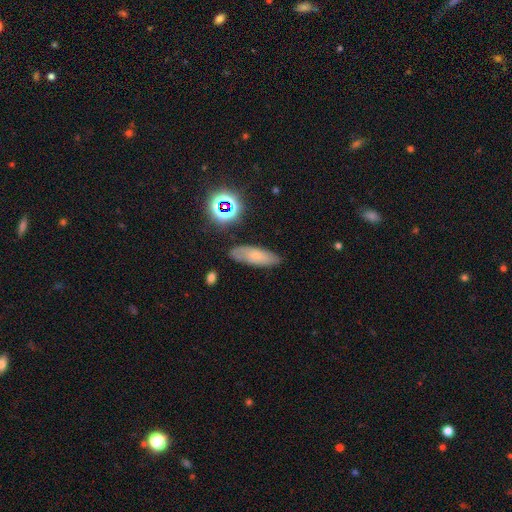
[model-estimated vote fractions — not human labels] Morphology: type=smooth (56%); roundness=in between (62%); merging=none (75%).